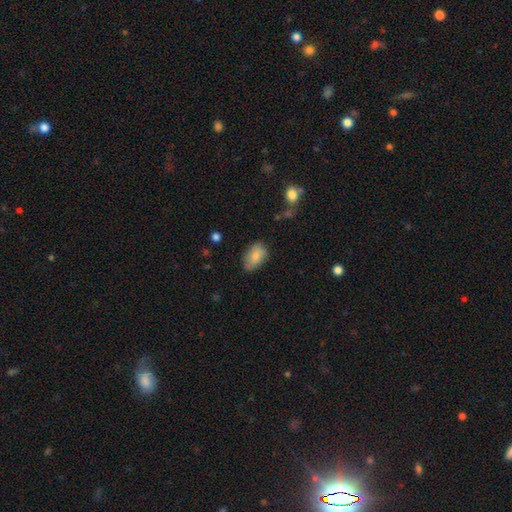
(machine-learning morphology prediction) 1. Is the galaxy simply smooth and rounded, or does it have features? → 80% smooth, 14% featured or disk, 7% star or artifact.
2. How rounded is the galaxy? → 91% in between, 7% round, 2% cigar-shaped.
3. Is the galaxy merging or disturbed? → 69% none, 24% minor disturbance, 4% major disturbance, 2% merger.